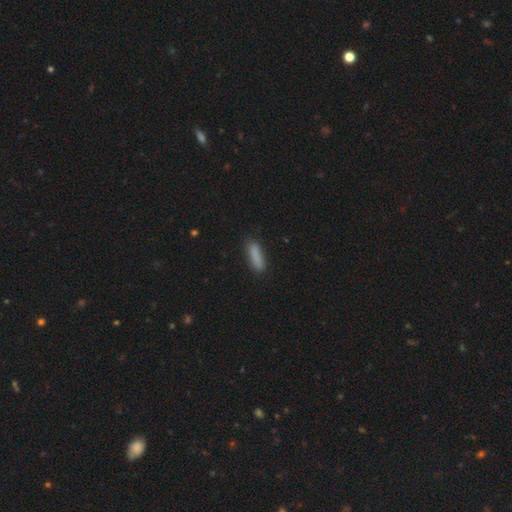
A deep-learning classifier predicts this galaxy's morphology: Q: Smooth or featured?
A: smooth (86%); runner-up: star or artifact (8%)
Q: How rounded?
A: cigar-shaped (64%); runner-up: in between (35%)
Q: Merging?
A: none (79%); runner-up: minor disturbance (15%)